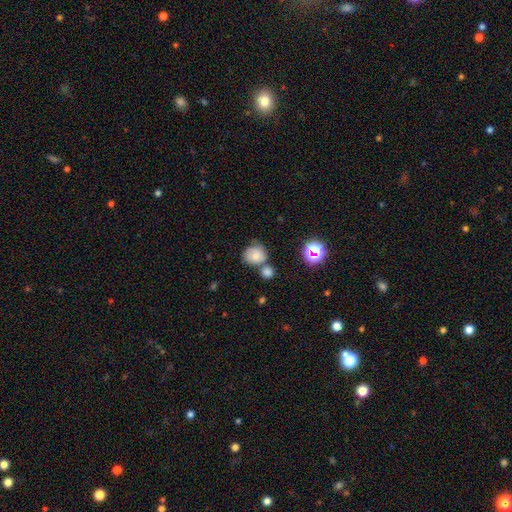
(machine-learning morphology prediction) This appears to be a smooth galaxy with no disk features (70%) that is round (78%). Merging: none (46%).